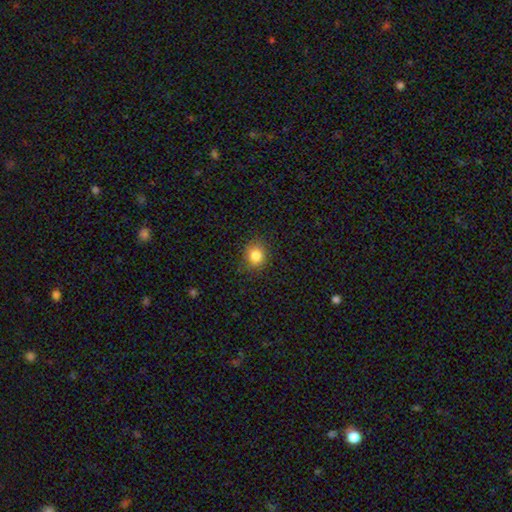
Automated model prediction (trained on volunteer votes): smooth-or-featured: smooth: 83% | star or artifact: 11% | featured or disk: 6%
  how-rounded: round: 78% | in between: 21% | cigar-shaped: 1%
  merging: none: 82% | minor disturbance: 14% | major disturbance: 3% | merger: 1%